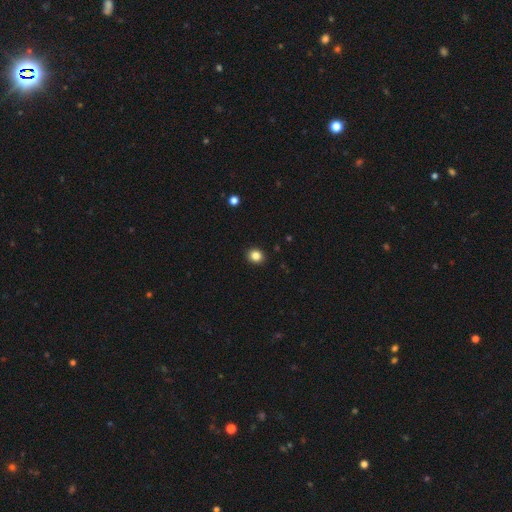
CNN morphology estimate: A smooth galaxy with no disk features (85%) that is round (75%).

Vote fractions:
- Smooth or featured? smooth: 85% / star or artifact: 11% / featured or disk: 4%
- How rounded? round: 75% / in between: 25% / cigar-shaped: 1%
- Merging? none: 92% / minor disturbance: 5% / major disturbance: 2% / merger: 1%